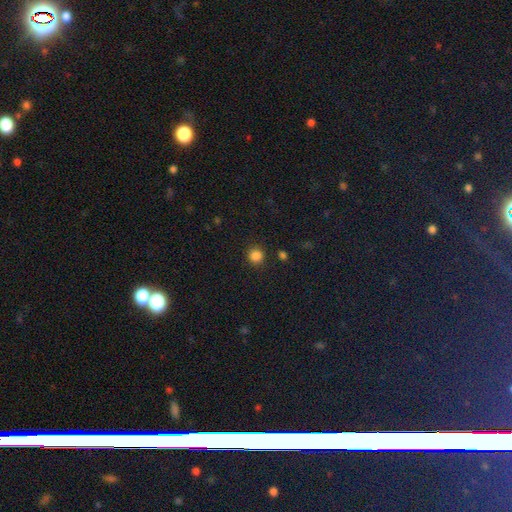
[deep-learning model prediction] This appears to be a smooth galaxy with no disk features (85%) that is round (91%). Merging: none (88%).